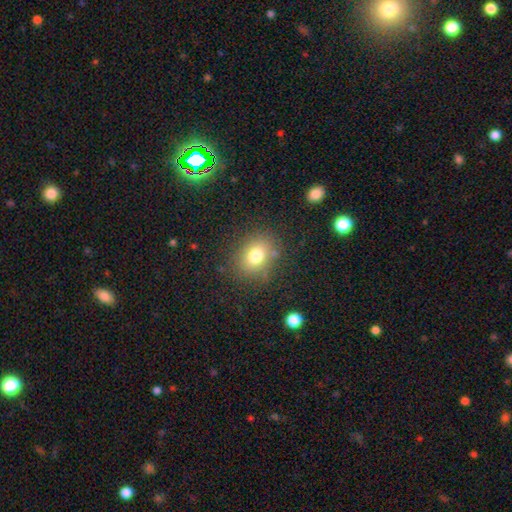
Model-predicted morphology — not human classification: smooth-or-featured: smooth: 76% | star or artifact: 13% | featured or disk: 11%
  how-rounded: round: 54% | in between: 45% | cigar-shaped: 1%
  merging: none: 80% | minor disturbance: 13% | major disturbance: 5% | merger: 2%